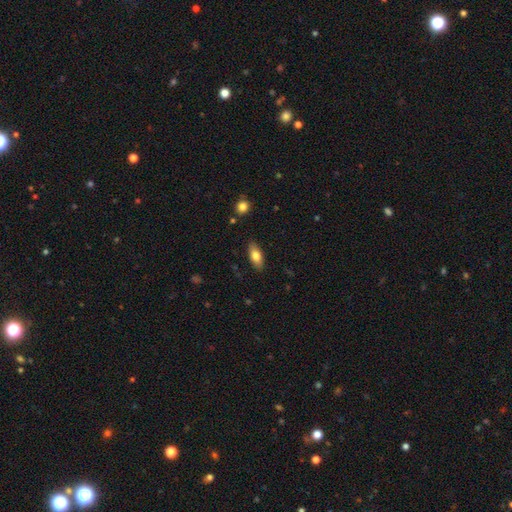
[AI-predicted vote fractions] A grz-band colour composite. It shows a smooth galaxy with no disk features (76%) that is in between round and cigar-shaped (82%). Merging: none (87%).